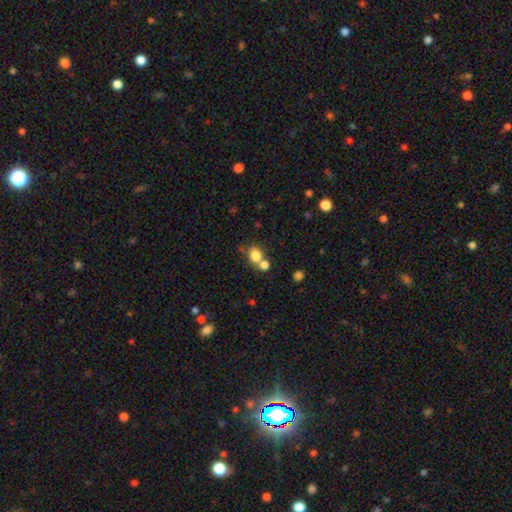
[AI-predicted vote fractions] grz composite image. It shows a smooth galaxy with no disk features (79%) that is round (64%). Merging: none (48%).